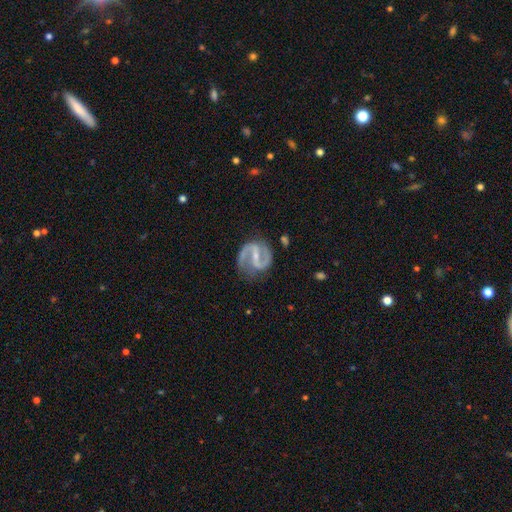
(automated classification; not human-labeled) Morphology: type=featured or disk (92%); edge-on=no (98%); bar=strong (57%); spiral arms=yes (97%); winding=medium (60%); arm count=2 (93%); bulge=small (66%); merging=none (78%).